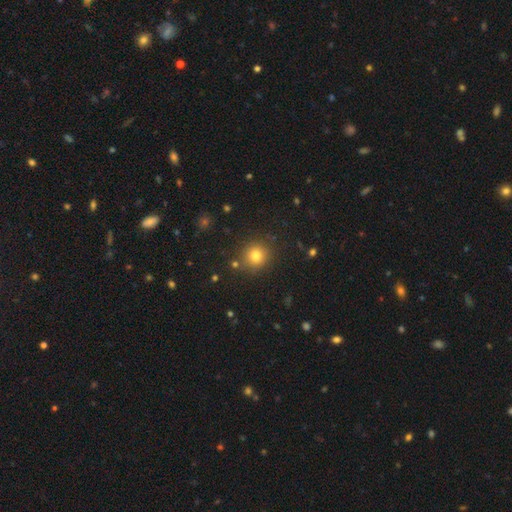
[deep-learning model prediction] smooth-or-featured: smooth: 79% | star or artifact: 15% | featured or disk: 7%
  how-rounded: round: 89% | in between: 10% | cigar-shaped: 1%
  merging: none: 86% | minor disturbance: 8% | merger: 3% | major disturbance: 3%